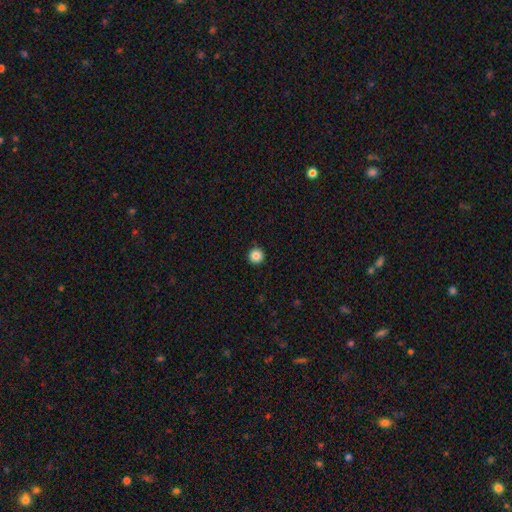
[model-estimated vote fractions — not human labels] Overall: smooth (85%). How rounded: round (96%). Merging: none (92%).